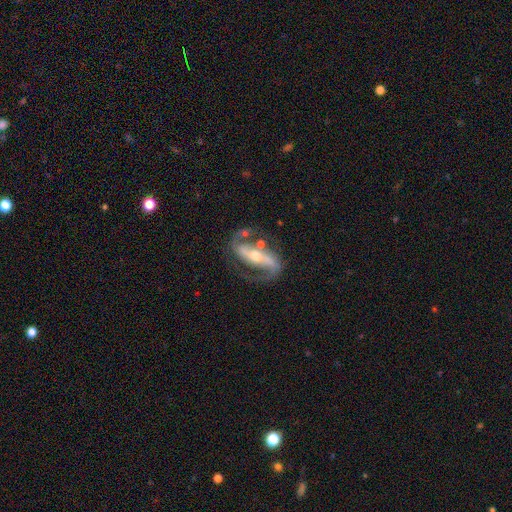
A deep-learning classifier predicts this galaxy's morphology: featured or disk 89%, smooth 6%, star or artifact 5%. Down the decision tree: edge-on disk — no (94%); bar — strong (62%); spiral arms — yes (96%); spiral arm count — 2 (90%); spiral winding — medium (51%); bulge size — moderate (55%); merging — none (69%).